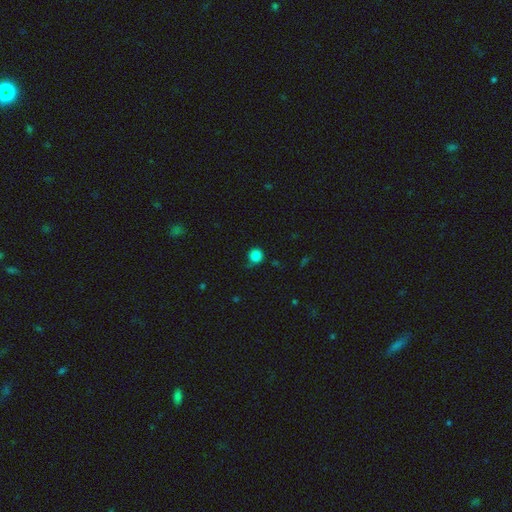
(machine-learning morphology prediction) This appears to be a smooth galaxy with no disk features (84%) that is round (93%). Merging: none (73%).